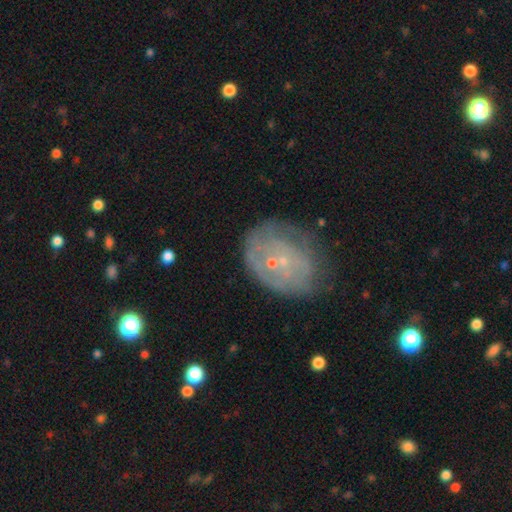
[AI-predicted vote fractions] Smooth or featured?
  - featured or disk: 62% *
  - smooth: 29%
  - star or artifact: 9%
Edge-on disk?
  - no: 97% *
  - yes: 3%
Bar?
  - no: 86% *
  - weak: 11%
  - strong: 3%
Spiral arms?
  - no: 56% *
  - yes: 44%
Bulge size?
  - small: 81% *
  - moderate: 12%
  - none: 5%
  - large: 1%
  - dominant: 1%
Merging?
  - none: 45% *
  - minor disturbance: 26%
  - major disturbance: 17%
  - merger: 12%